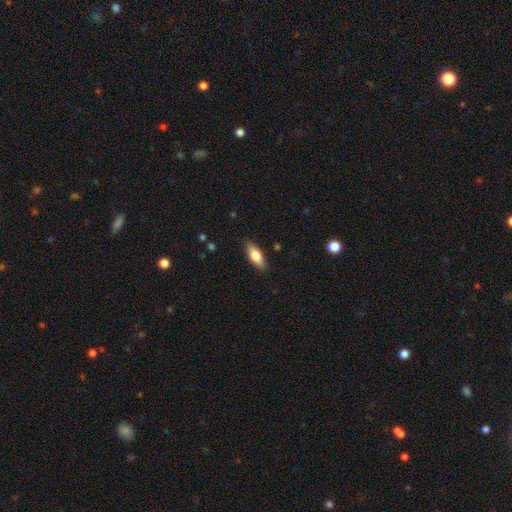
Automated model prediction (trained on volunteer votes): Q: Smooth or featured?
A: smooth (72%); runner-up: featured or disk (21%)
Q: How rounded?
A: in between (70%); runner-up: cigar-shaped (27%)
Q: Merging?
A: none (87%); runner-up: minor disturbance (10%)